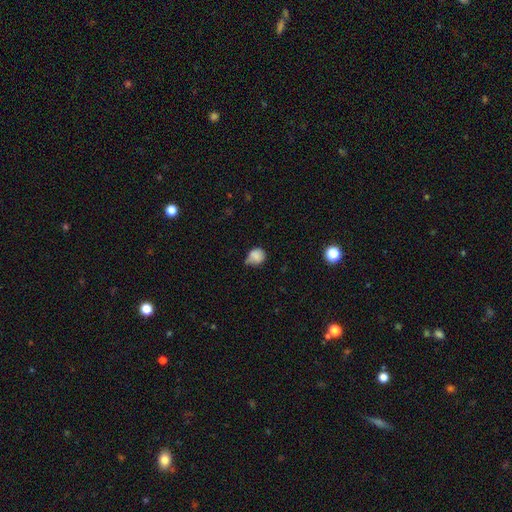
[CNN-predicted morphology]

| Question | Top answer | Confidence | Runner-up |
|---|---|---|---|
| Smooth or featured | smooth | 79% | featured or disk (11%) |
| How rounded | round | 65% | in between (34%) |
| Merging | minor disturbance | 42% | tied: none (42%) |